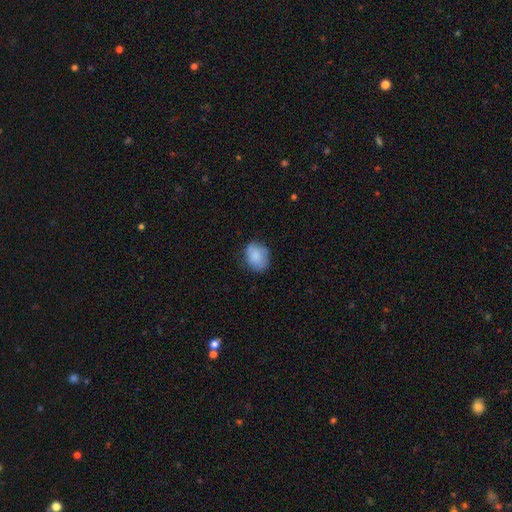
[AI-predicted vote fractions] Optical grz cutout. It shows a smooth galaxy with no disk features (84%) that is in between round and cigar-shaped (56%). Merging: none (71%).